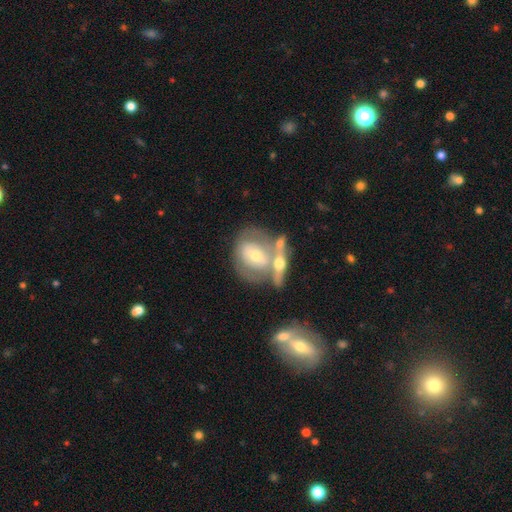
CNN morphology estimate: smooth-or-featured: featured or disk: 64% | smooth: 29% | star or artifact: 7%
  disk-edge-on: no: 91% | yes: 9%
    bar: no: 58% | weak: 28% | strong: 14%
    has-spiral-arms: no: 52% | yes: 48%
    bulge-size: moderate: 53% | small: 40% | large: 4% | none: 2% | dominant: 1%
  merging: merger: 40% | none: 37% | minor disturbance: 14% | major disturbance: 8%